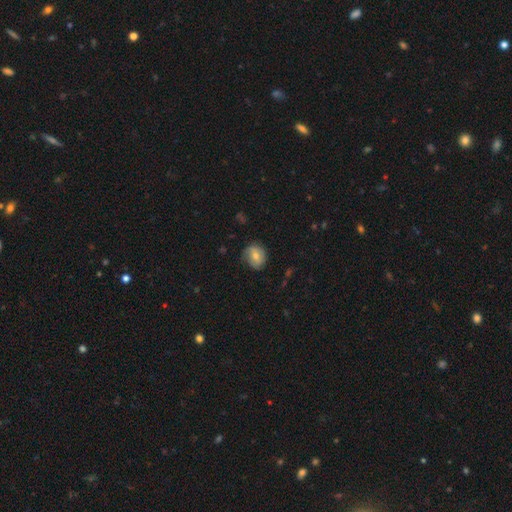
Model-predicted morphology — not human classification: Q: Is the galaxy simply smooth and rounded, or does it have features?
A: smooth — 57%.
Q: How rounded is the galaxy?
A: round — 73%.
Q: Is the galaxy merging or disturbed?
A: none — 65%.